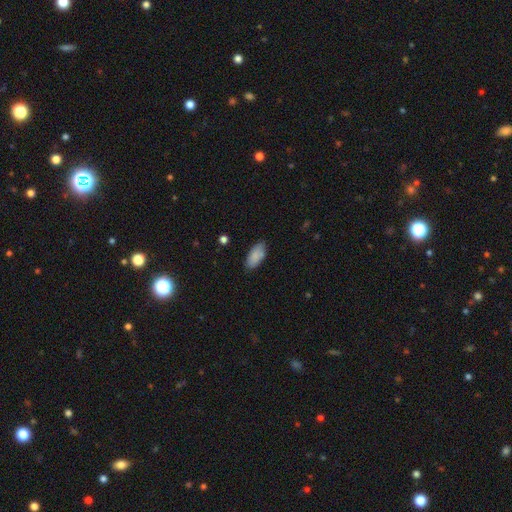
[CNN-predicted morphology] Smooth or featured: smooth — 83% (featured or disk — 10%)
How rounded: in between — 90% (cigar-shaped — 8%)
Merging: none — 73% (minor disturbance — 19%)